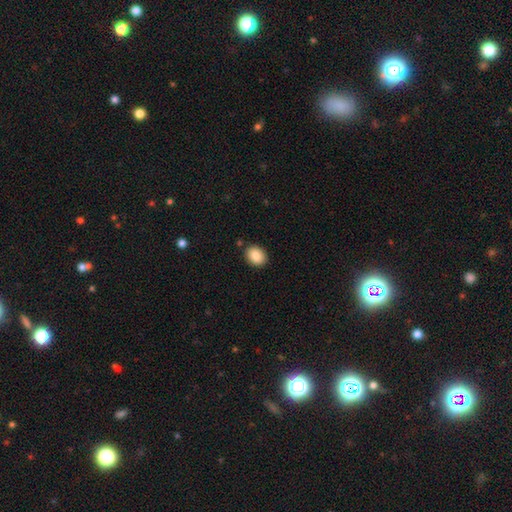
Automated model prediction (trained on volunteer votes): Smooth or featured?
  - smooth: 88% *
  - star or artifact: 8%
  - featured or disk: 4%
How rounded?
  - in between: 57% *
  - round: 42%
  - cigar-shaped: 1%
Merging?
  - none: 87% *
  - minor disturbance: 8%
  - merger: 2%
  - major disturbance: 2%